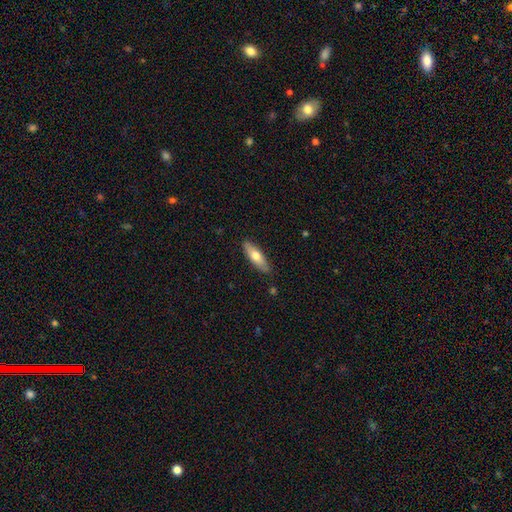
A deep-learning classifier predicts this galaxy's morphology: This is likely a smooth galaxy (65%). How rounded: possibly cigar-shaped (50%). Merging: clearly none (86%).